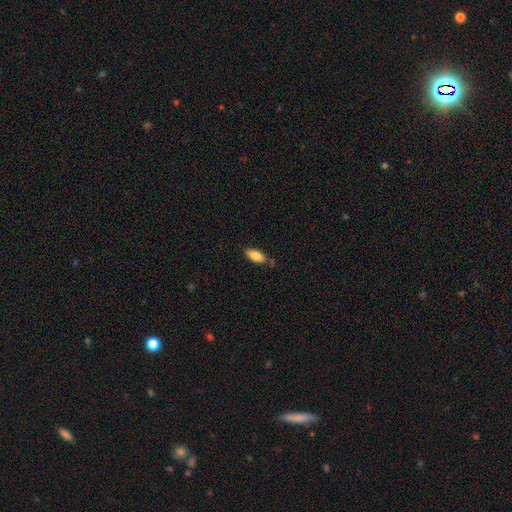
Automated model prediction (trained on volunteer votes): This appears to be a smooth galaxy with no disk features (79%) that is in between round and cigar-shaped (88%). Merging: none (74%).